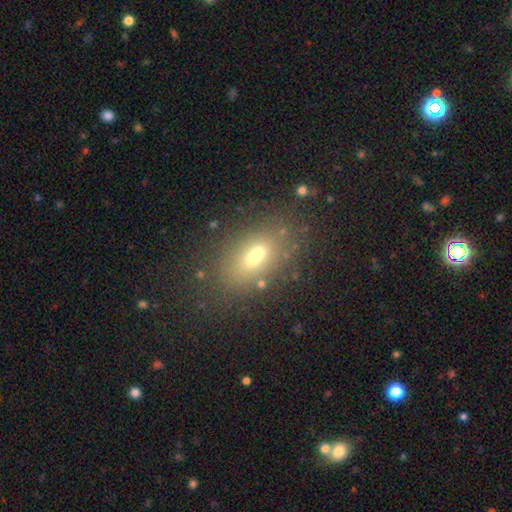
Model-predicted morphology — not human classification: Q: Smooth or featured?
A: smooth (57%); runner-up: featured or disk (25%)
Q: How rounded?
A: in between (77%); runner-up: round (18%)
Q: Merging?
A: none (55%); runner-up: merger (27%)